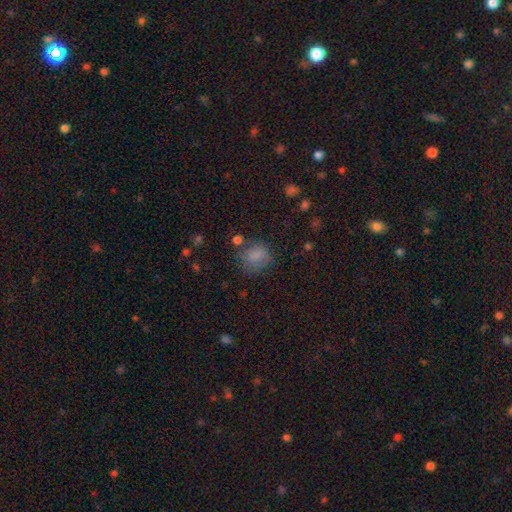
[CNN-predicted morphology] smooth_or_featured: smooth (p=0.75) [alt: star or artifact p=0.14]
how_rounded: round (p=0.65) [alt: in between p=0.34]
merging: none (p=0.58) [alt: minor disturbance p=0.23]